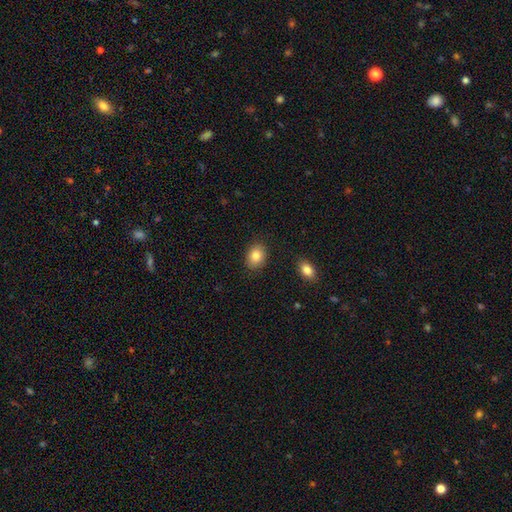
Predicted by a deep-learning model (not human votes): smooth 85%, star or artifact 8%, featured or disk 7%. Down the decision tree: how rounded — in between (67%); merging — none (87%).